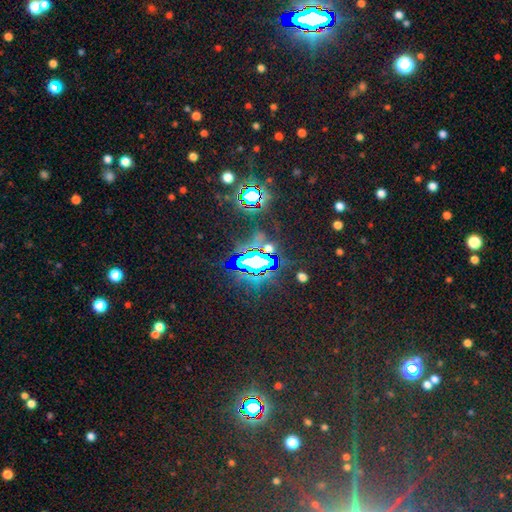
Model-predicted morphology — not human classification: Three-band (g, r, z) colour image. It shows a star or artifact, not a galaxy (78%).